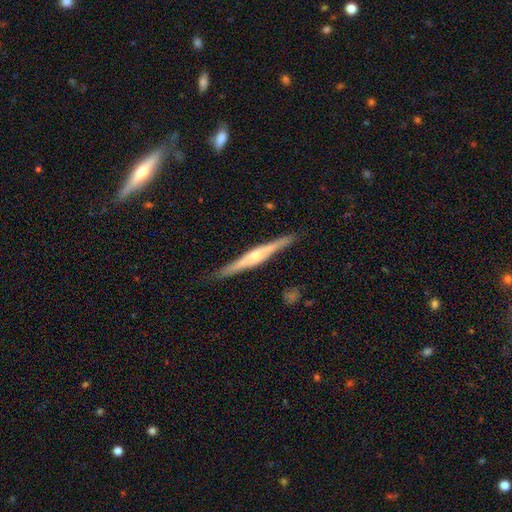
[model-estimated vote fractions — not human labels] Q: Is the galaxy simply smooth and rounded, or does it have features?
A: featured or disk — 73%.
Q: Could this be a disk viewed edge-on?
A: yes — 97%.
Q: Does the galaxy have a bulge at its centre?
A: rounded — 80%.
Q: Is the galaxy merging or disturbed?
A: none — 88%.